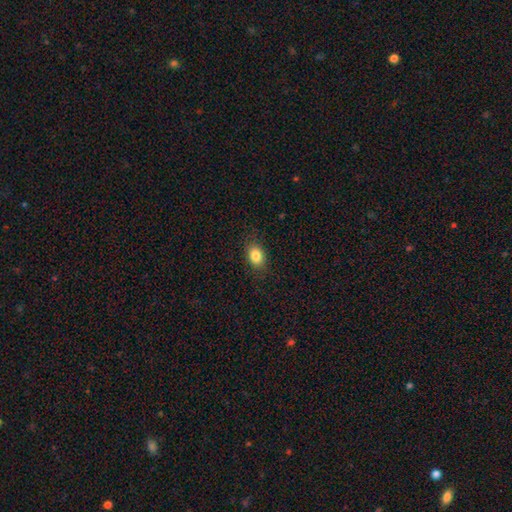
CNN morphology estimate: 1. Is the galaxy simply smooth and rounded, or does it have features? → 84% smooth, 9% star or artifact, 7% featured or disk.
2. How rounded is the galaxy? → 76% in between, 23% round, 1% cigar-shaped.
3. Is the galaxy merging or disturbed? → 86% none, 10% minor disturbance, 3% major disturbance, 1% merger.